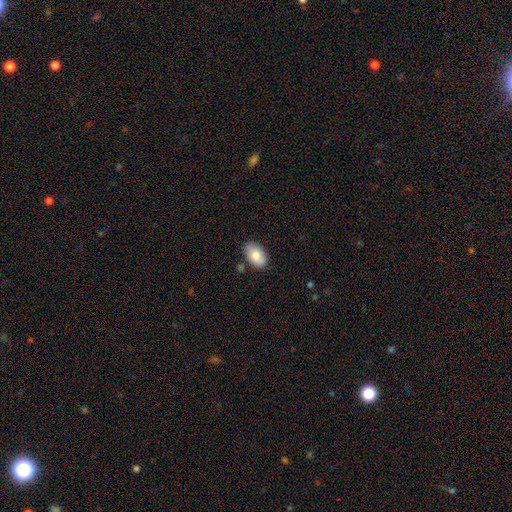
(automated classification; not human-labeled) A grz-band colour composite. It shows a smooth galaxy with no disk features (80%) that is in between round and cigar-shaped (92%). Merging: none (78%).